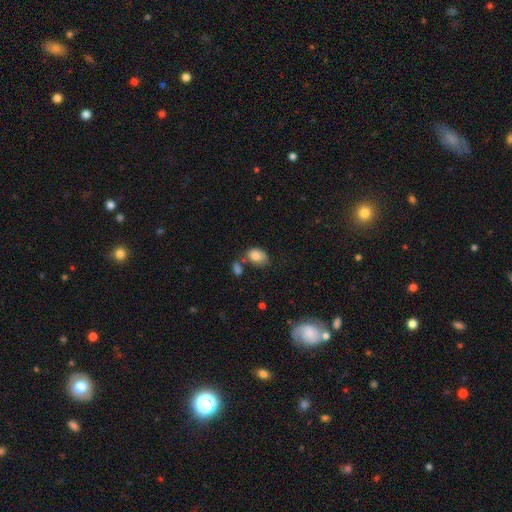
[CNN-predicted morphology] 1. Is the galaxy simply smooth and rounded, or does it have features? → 82% smooth, 9% featured or disk, 9% star or artifact.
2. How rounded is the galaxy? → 79% in between, 20% round, 1% cigar-shaped.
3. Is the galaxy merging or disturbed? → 54% none, 24% minor disturbance, 15% merger, 7% major disturbance.